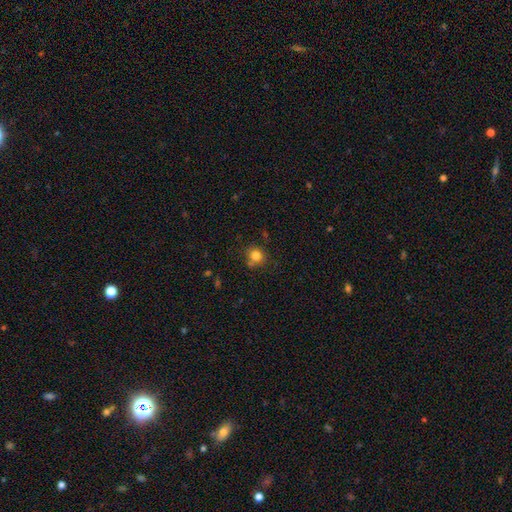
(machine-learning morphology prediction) smooth-or-featured: smooth: 82% | star or artifact: 12% | featured or disk: 6%
  how-rounded: round: 84% | in between: 15% | cigar-shaped: 1%
  merging: none: 72% | minor disturbance: 13% | merger: 11% | major disturbance: 4%